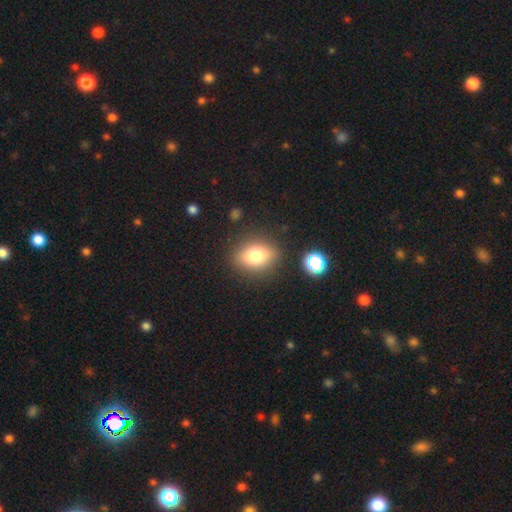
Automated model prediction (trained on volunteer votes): This is likely a smooth galaxy (76%). How rounded: possibly in between (60%). Merging: clearly none (83%).